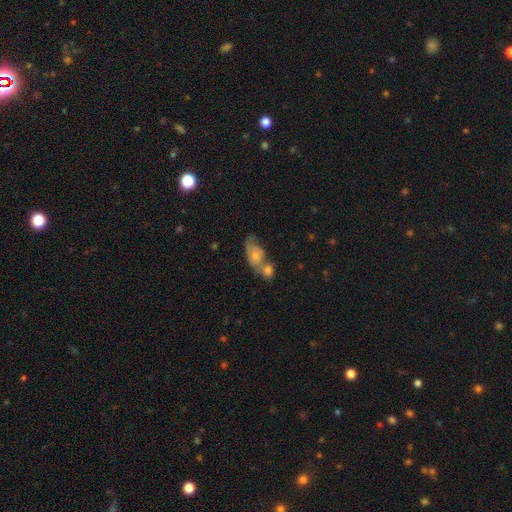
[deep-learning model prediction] smooth 55%, featured or disk 37%, star or artifact 8%. Down the decision tree: how rounded — in between (79%); merging — merger (55%).